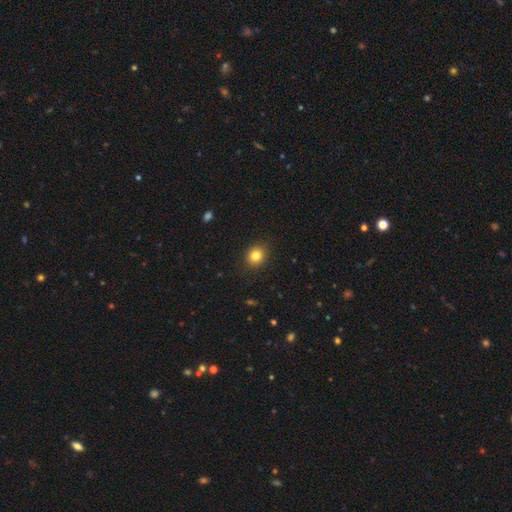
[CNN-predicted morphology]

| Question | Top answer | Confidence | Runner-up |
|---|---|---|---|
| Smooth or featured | smooth | 82% | star or artifact (11%) |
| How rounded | round | 76% | in between (24%) |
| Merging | none | 89% | minor disturbance (8%) |